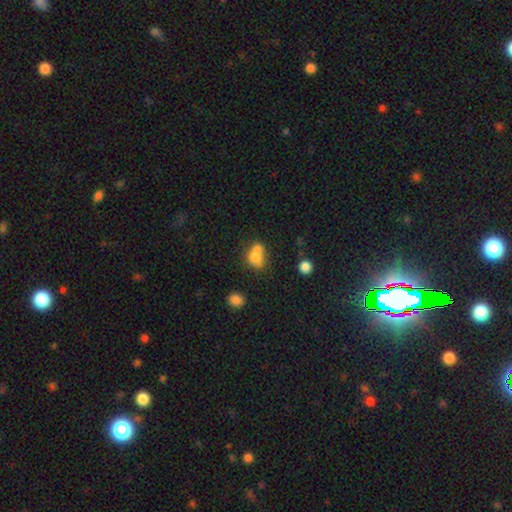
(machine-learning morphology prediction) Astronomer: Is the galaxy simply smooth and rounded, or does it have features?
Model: smooth — 73%.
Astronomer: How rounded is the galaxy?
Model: in between — 52% (runner-up: round, 46%).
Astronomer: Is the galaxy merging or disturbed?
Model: merger — 58%.